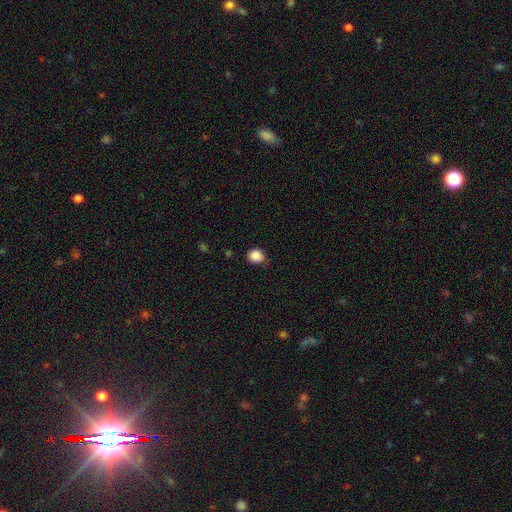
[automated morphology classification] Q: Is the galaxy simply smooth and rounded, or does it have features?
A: smooth — 87%.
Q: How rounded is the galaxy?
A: round — 81%.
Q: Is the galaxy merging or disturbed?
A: none — 79%.